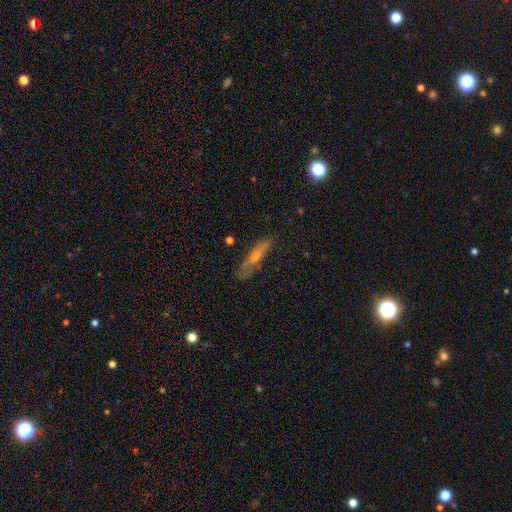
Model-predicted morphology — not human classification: Smooth or featured? Predicted: smooth (p=0.45, tied with featured or disk). Merging? Predicted: none (p=0.65).